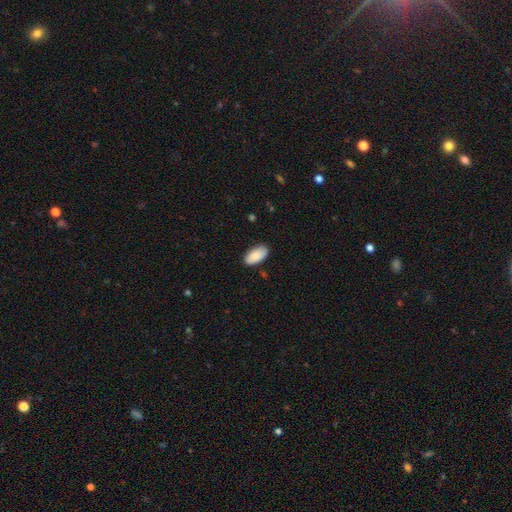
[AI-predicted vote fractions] Smooth or featured?
  - smooth: 89% *
  - star or artifact: 6%
  - featured or disk: 5%
How rounded?
  - in between: 95% *
  - cigar-shaped: 3%
  - round: 2%
Merging?
  - none: 87% *
  - minor disturbance: 10%
  - major disturbance: 2%
  - merger: 1%